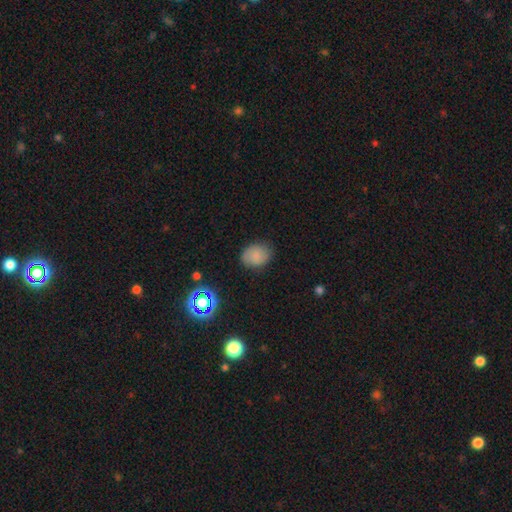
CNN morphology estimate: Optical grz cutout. It shows a smooth galaxy with no disk features (72%) that is in between round and cigar-shaped (54%). Merging: none (79%).